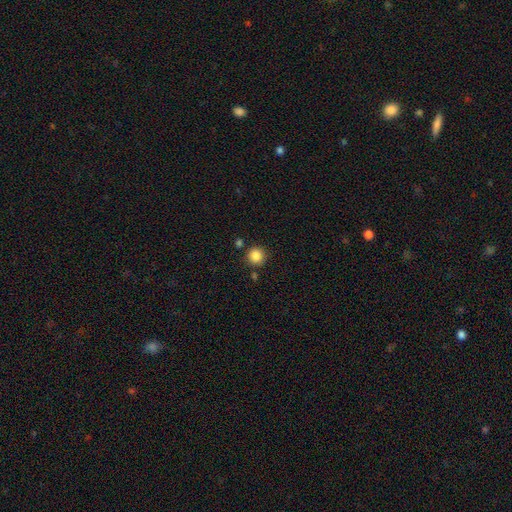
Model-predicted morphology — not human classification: A smooth galaxy with no disk features (86%) that is round (94%).

Vote fractions:
- Smooth or featured? smooth: 86% / star or artifact: 10% / featured or disk: 4%
- How rounded? round: 94% / in between: 5% / cigar-shaped: 1%
- Merging? none: 85% / minor disturbance: 8% / merger: 5% / major disturbance: 2%